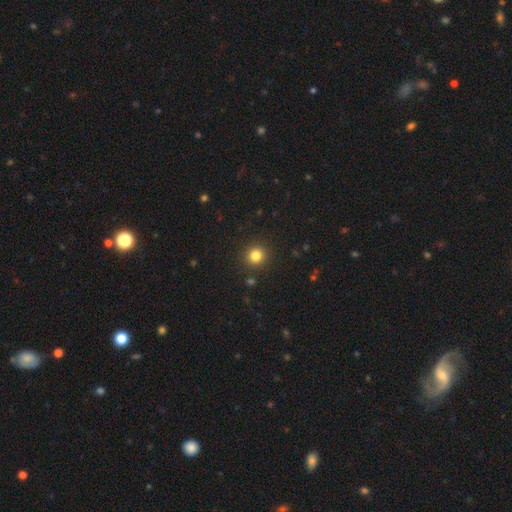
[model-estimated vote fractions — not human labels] Smooth or featured? smooth (82%)
How rounded? round (92%)
Merging? none (91%)